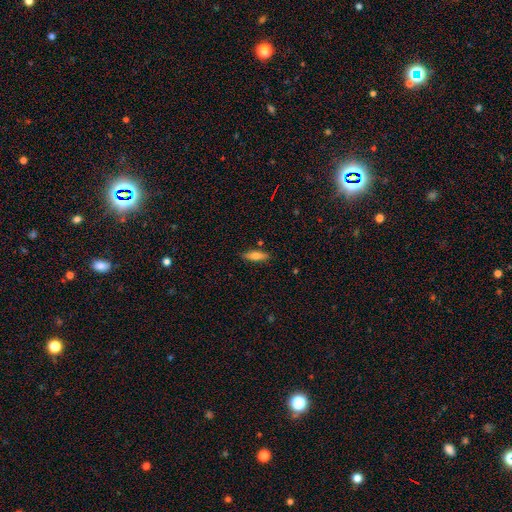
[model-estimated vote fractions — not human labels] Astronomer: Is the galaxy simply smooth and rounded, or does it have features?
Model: smooth — 71%.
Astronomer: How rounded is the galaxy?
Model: in between — 51% (runner-up: cigar-shaped, 47%).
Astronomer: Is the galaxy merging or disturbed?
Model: none — 84%.